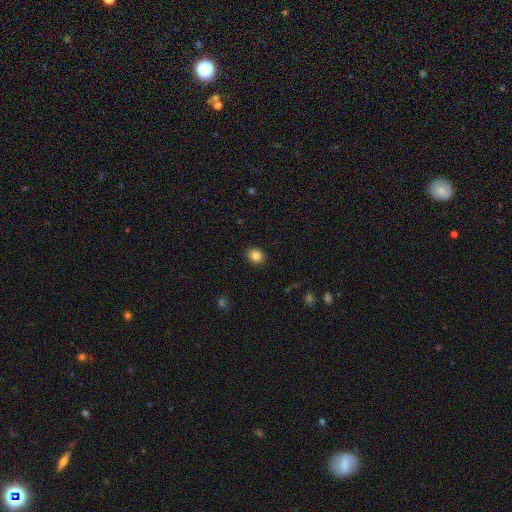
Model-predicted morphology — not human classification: Smooth or featured?
  - smooth: 84% *
  - star or artifact: 11%
  - featured or disk: 6%
How rounded?
  - round: 73% *
  - in between: 26%
  - cigar-shaped: 1%
Merging?
  - none: 91% *
  - minor disturbance: 6%
  - major disturbance: 2%
  - merger: 1%